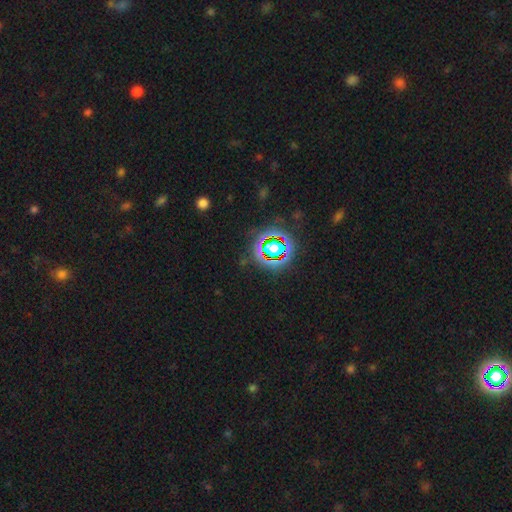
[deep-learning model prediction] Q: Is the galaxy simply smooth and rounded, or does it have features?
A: star or artifact — 77%.